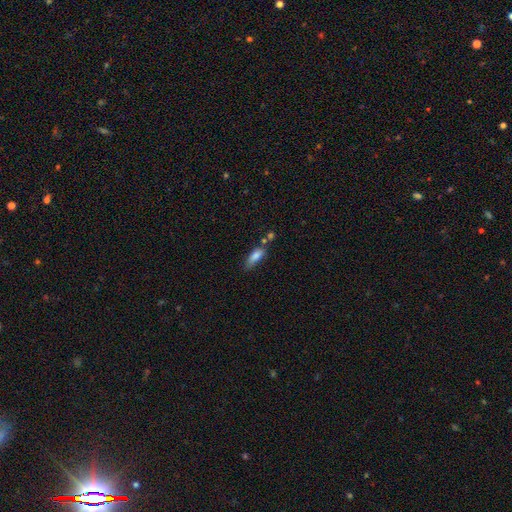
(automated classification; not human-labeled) Smooth or featured? Predicted: smooth (p=0.80). How rounded? Predicted: in between (p=0.68). Merging? Predicted: none (p=0.52).